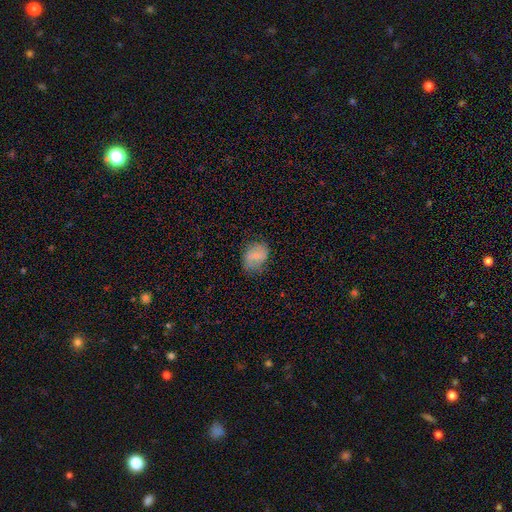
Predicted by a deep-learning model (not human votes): Smooth or featured? Predicted: smooth (p=0.68). How rounded? Predicted: in between (p=0.69). Merging? Predicted: none (p=0.62).